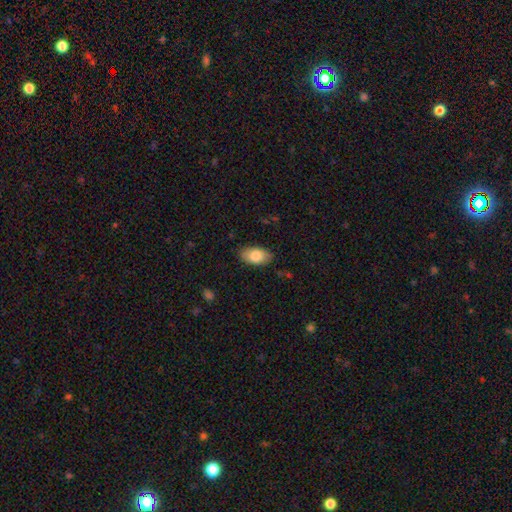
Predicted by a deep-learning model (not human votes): smooth_or_featured: smooth (p=0.82) [alt: featured or disk p=0.12]
how_rounded: in between (p=0.93) [alt: round p=0.05]
merging: none (p=0.84) [alt: minor disturbance p=0.12]